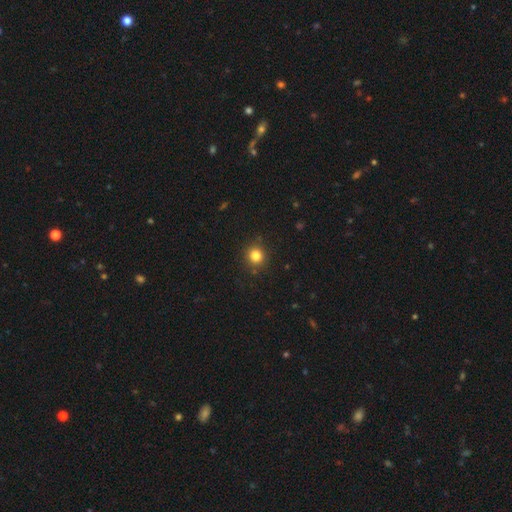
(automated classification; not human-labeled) smooth_or_featured: smooth (p=0.82) [alt: star or artifact p=0.13]
how_rounded: round (p=0.89) [alt: in between p=0.10]
merging: none (p=0.89) [alt: minor disturbance p=0.07]